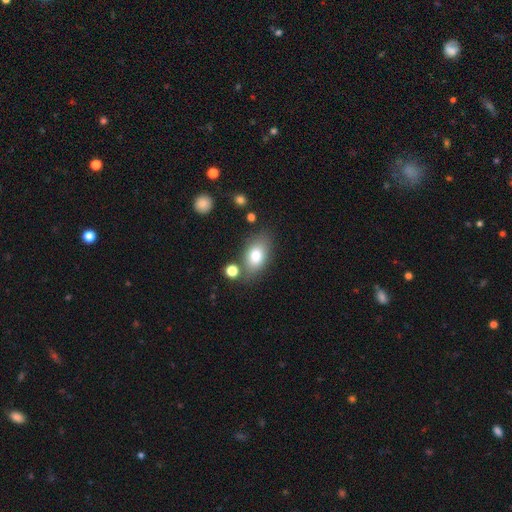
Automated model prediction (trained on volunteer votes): The model was most divided on "merging": none: 71%, minor disturbance: 15%, merger: 9%, major disturbance: 5%. More confident: how rounded — in between (87%); smooth or featured — smooth (78%).